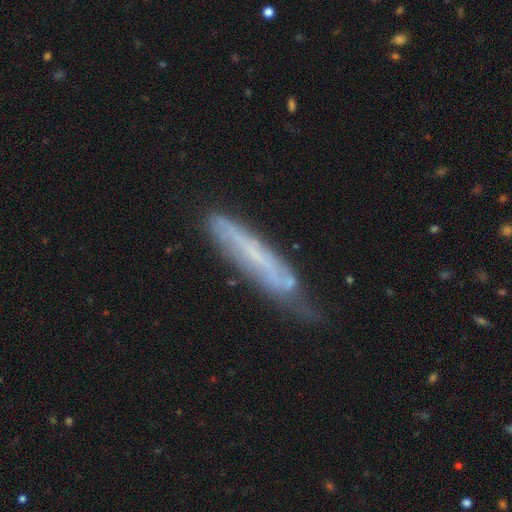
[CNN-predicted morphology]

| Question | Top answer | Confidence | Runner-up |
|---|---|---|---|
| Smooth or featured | featured or disk | 52% | smooth (40%) |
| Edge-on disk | yes | 64% | no (36%) |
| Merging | none | 55% | minor disturbance (32%) |